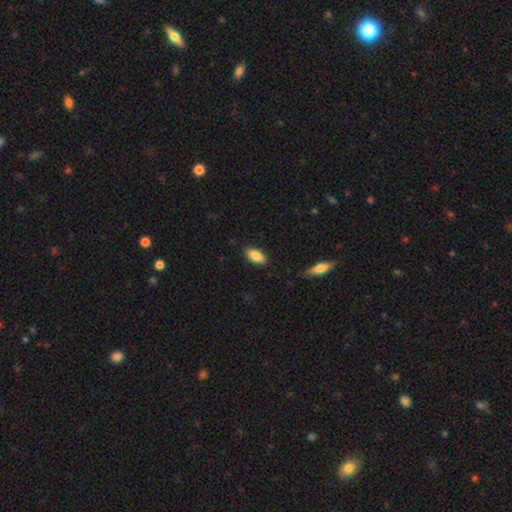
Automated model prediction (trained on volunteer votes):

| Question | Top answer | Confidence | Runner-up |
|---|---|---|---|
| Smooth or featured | smooth | 85% | featured or disk (9%) |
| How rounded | in between | 90% | cigar-shaped (7%) |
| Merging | none | 86% | minor disturbance (10%) |